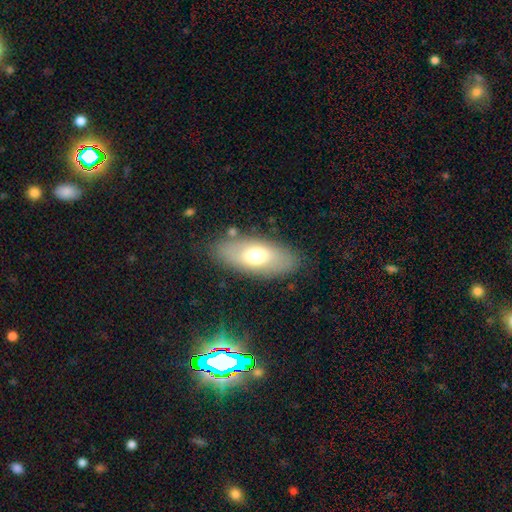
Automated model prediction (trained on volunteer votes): smooth-or-featured: smooth: 64% | featured or disk: 28% | star or artifact: 8%
  how-rounded: in between: 86% | cigar-shaped: 10% | round: 4%
  merging: none: 81% | minor disturbance: 12% | major disturbance: 5% | merger: 3%